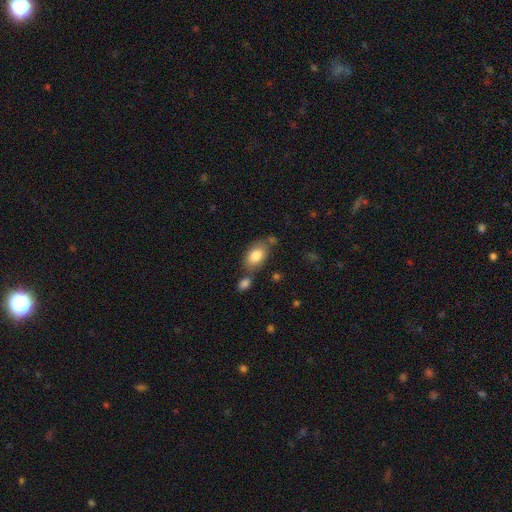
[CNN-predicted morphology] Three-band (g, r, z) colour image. It shows a smooth galaxy with no disk features (82%) that is in between round and cigar-shaped (90%). Merging: none (61%).